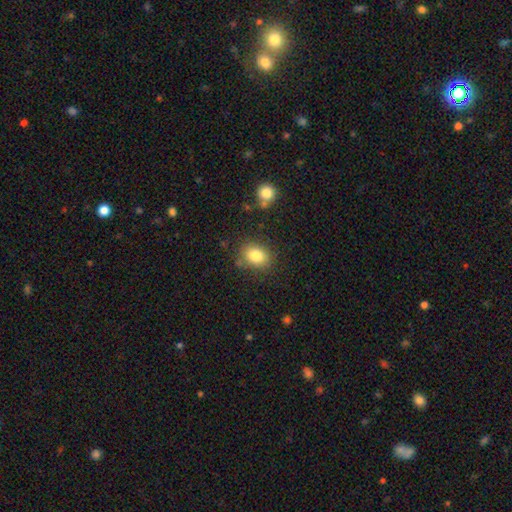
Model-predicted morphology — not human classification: type=smooth (81%); roundness=in between (55%); merging=none (80%).